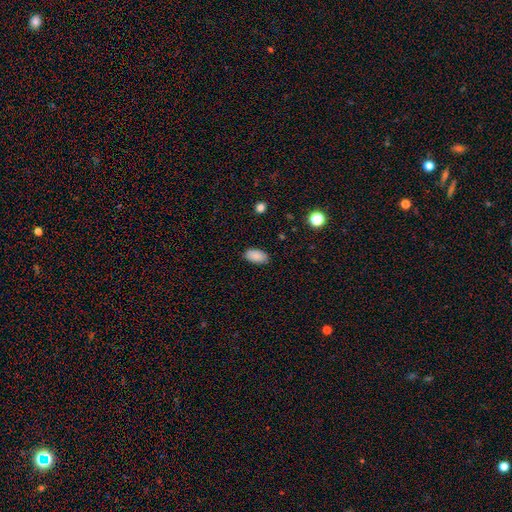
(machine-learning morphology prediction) This appears to be a smooth galaxy with no disk features (88%) that is in between round and cigar-shaped (95%). Merging: none (86%).